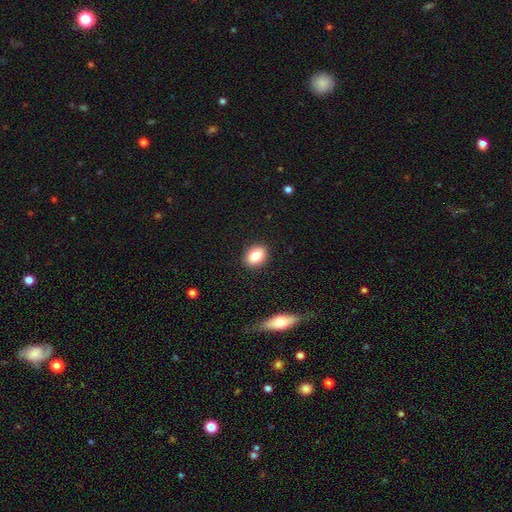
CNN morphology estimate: This is clearly a smooth galaxy (84%). How rounded: likely in between (67%). Merging: clearly none (89%).